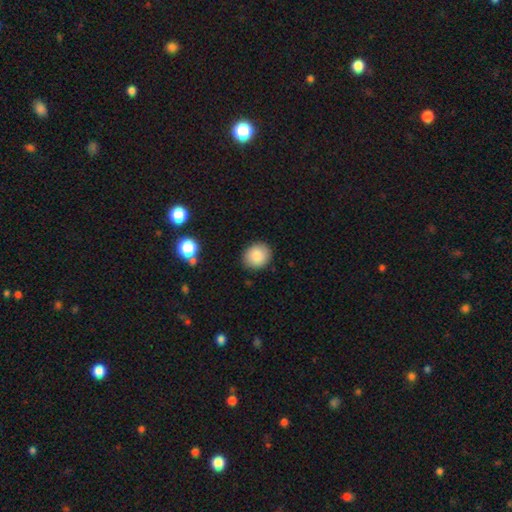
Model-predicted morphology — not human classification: This is clearly a smooth galaxy (85%). How rounded: likely round (77%). Merging: clearly none (89%).